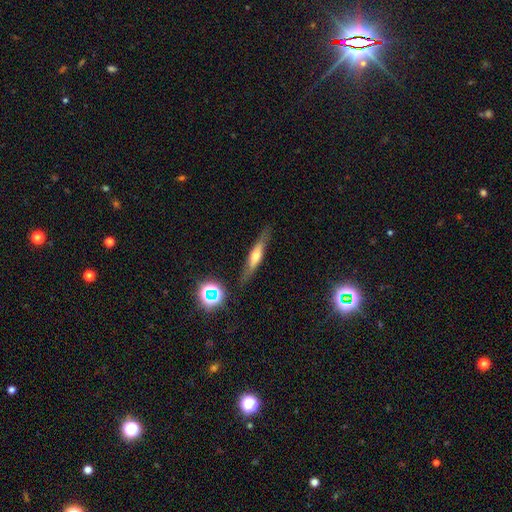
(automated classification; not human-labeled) smooth_or_featured: featured or disk (p=0.53) [alt: smooth p=0.37]
disk_edge_on: yes (p=0.87) [alt: no p=0.13]
merging: none (p=0.82) [alt: minor disturbance p=0.13]